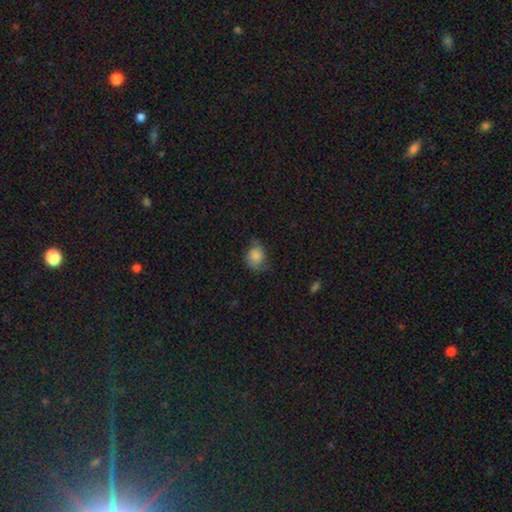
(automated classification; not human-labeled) smooth 69%, featured or disk 22%, star or artifact 9%. Down the decision tree: how rounded — in between (50%); merging — none (52%).